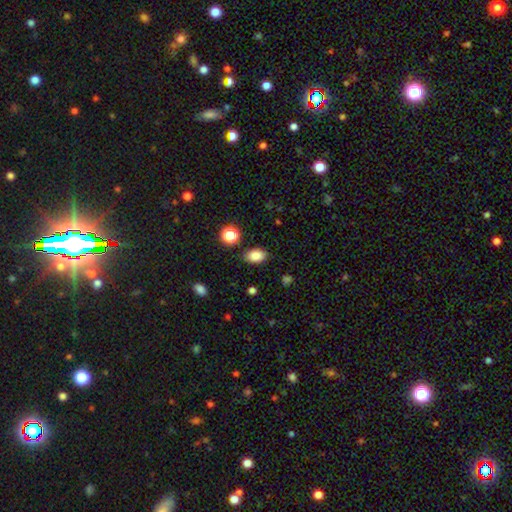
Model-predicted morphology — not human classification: Q: Smooth or featured?
A: smooth (85%); runner-up: star or artifact (10%)
Q: How rounded?
A: in between (87%); runner-up: round (11%)
Q: Merging?
A: none (84%); runner-up: minor disturbance (10%)